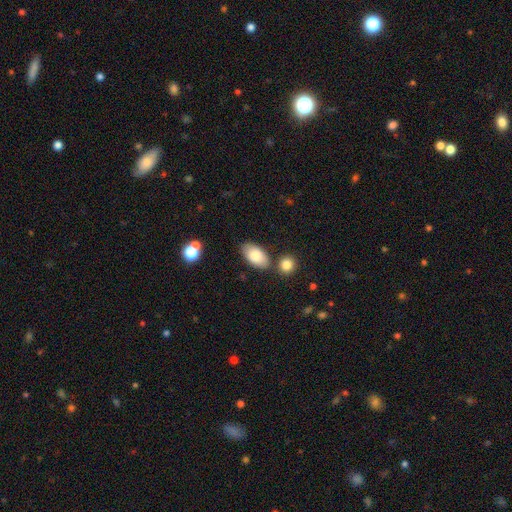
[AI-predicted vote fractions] A smooth galaxy with no disk features (82%) that is in between round and cigar-shaped (95%).

Vote fractions:
- Smooth or featured? smooth: 82% / featured or disk: 11% / star or artifact: 6%
- How rounded? in between: 95% / round: 4% / cigar-shaped: 2%
- Merging? none: 76% / minor disturbance: 12% / merger: 9% / major disturbance: 3%